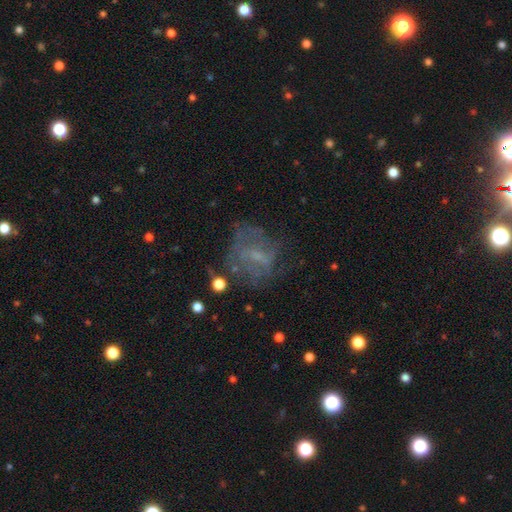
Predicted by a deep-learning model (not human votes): Overall: featured or disk (52%; smooth 29%). Edge-on disk: no (96%). Bar: no (53%; weak 38%). Spiral arms: no (60%; yes 40%). Bulge size: small (45%; none 35%). Merging: none (52%; major disturbance 25%).